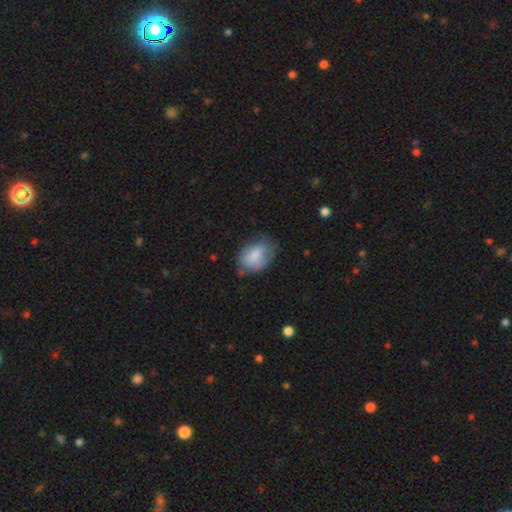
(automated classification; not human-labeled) The model was most divided on "merging": none: 54%, minor disturbance: 32%, major disturbance: 12%, merger: 2%. More confident: how rounded — in between (81%); smooth or featured — smooth (75%).